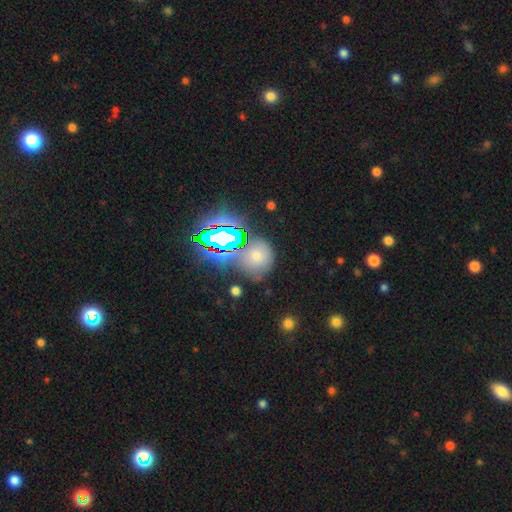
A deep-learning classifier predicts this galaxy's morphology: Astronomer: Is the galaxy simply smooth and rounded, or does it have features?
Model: smooth — 56% (runner-up: star or artifact, 33%).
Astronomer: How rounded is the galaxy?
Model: round — 80%.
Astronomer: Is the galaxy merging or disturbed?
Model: none — 68%.